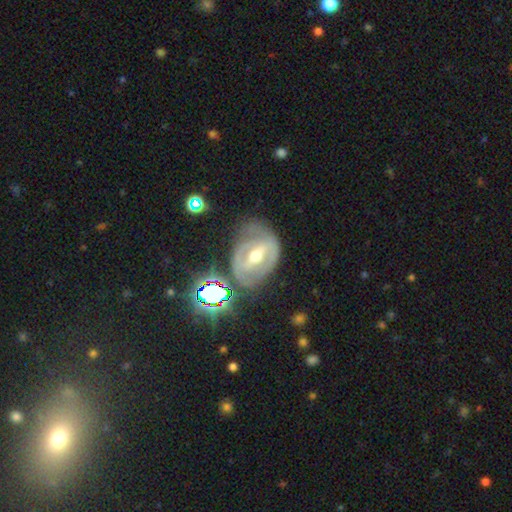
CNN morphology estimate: smooth-or-featured: featured or disk: 74% | smooth: 15% | star or artifact: 10%
  disk-edge-on: no: 94% | yes: 6%
    bar: strong: 53% | weak: 32% | no: 14%
    has-spiral-arms: yes: 66% | no: 34%
    bulge-size: moderate: 71% | small: 22% | large: 5% | none: 1% | dominant: 1%
  merging: none: 58% | minor disturbance: 24% | major disturbance: 13% | merger: 5%